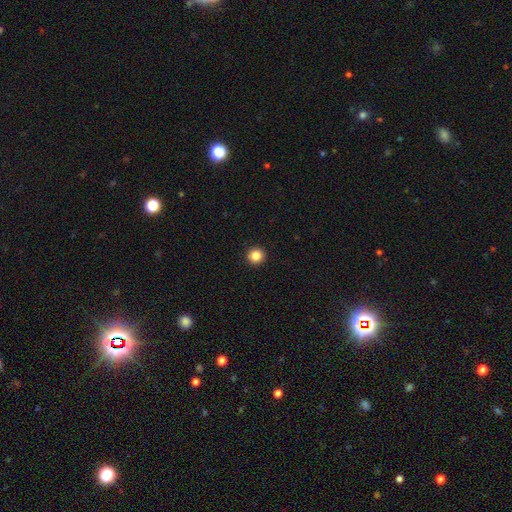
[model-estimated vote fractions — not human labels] Q: Smooth or featured?
A: smooth (85%); runner-up: star or artifact (11%)
Q: How rounded?
A: round (95%); runner-up: in between (4%)
Q: Merging?
A: none (94%); runner-up: minor disturbance (4%)